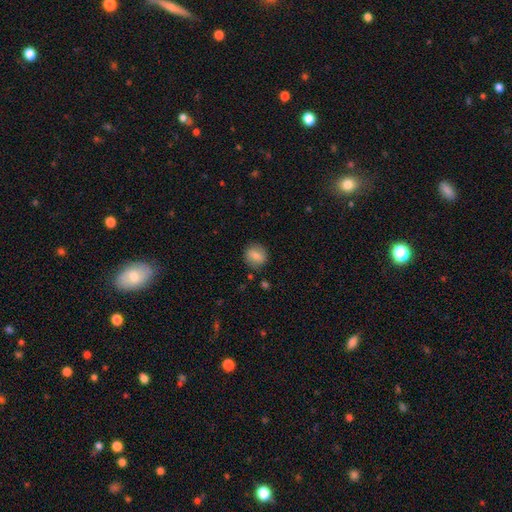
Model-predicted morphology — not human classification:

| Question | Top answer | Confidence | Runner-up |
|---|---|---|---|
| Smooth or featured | smooth | 75% | featured or disk (16%) |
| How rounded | round | 79% | in between (20%) |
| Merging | none | 86% | minor disturbance (9%) |